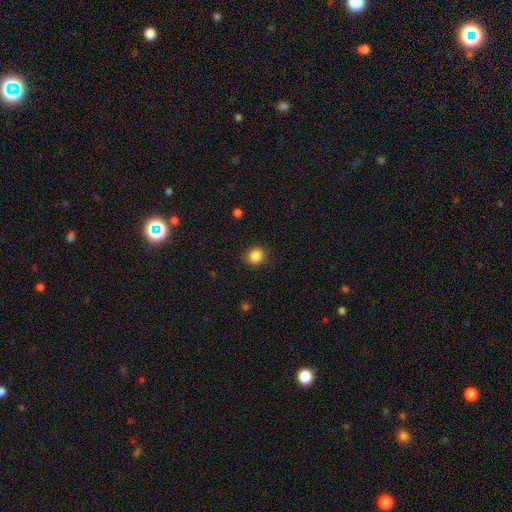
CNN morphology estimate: Overall: smooth (86%). How rounded: round (86%). Merging: none (90%).